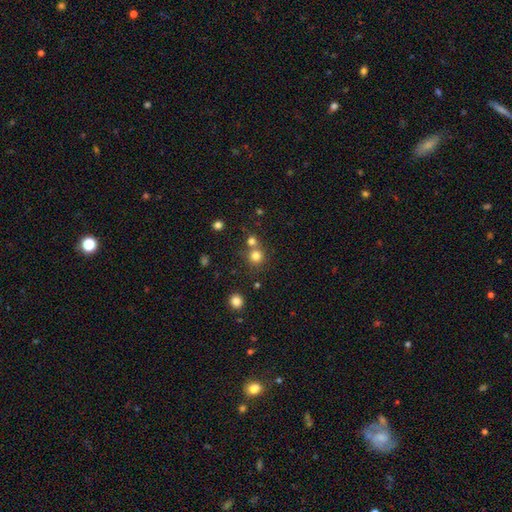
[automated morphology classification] This is likely a smooth galaxy (77%). How rounded: clearly round (91%). Merging: likely none (62%).